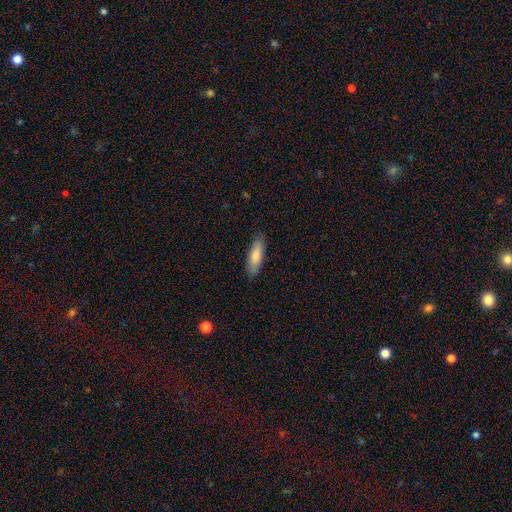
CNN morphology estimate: Smooth or featured?
  - smooth: 80% *
  - featured or disk: 14%
  - star or artifact: 6%
How rounded?
  - cigar-shaped: 50% *
  - in between: 49%
  - round: 2%
Merging?
  - none: 84% *
  - minor disturbance: 13%
  - major disturbance: 2%
  - merger: 1%